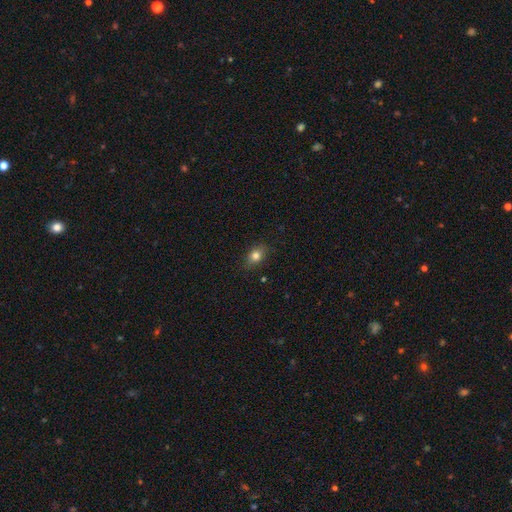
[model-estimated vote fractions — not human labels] smooth_or_featured: smooth (p=0.81) [alt: star or artifact p=0.11]
how_rounded: in between (p=0.69) [alt: round p=0.29]
merging: none (p=0.83) [alt: minor disturbance p=0.13]